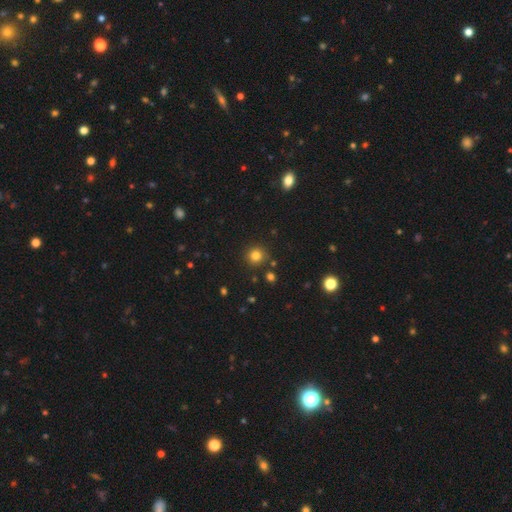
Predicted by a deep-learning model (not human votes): Smooth or featured? Predicted: smooth (p=0.81). How rounded? Predicted: round (p=0.93). Merging? Predicted: none (p=0.87).